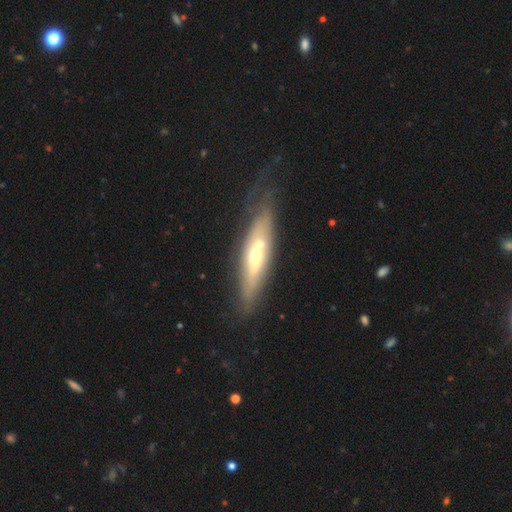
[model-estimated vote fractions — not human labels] Smooth or featured: featured or disk — 71% (smooth — 23%)
Edge-on disk: yes — 60% (no — 40%)
Merging: none — 62% (minor disturbance — 23%)